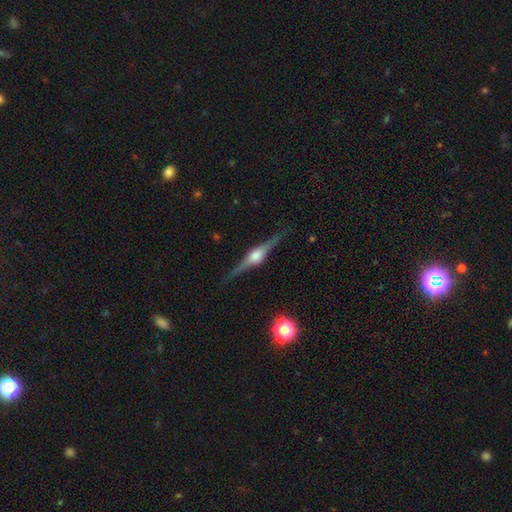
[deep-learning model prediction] Smooth or featured: featured or disk — 84% (smooth — 10%)
Edge-on disk: yes — 98% (no — 2%)
Edge-on bulge: rounded — 88% (boxy — 10%)
Merging: none — 88% (minor disturbance — 9%)